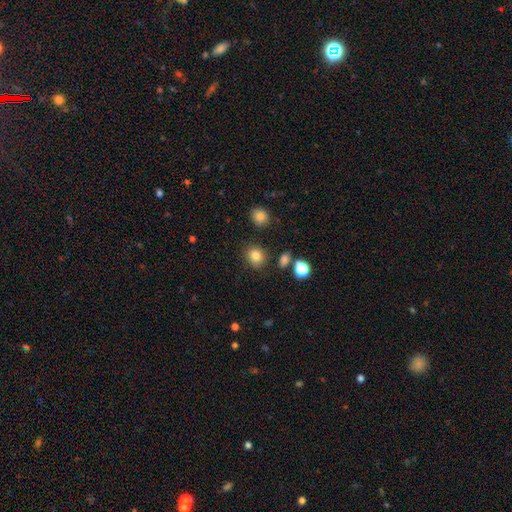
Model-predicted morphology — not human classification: Smooth or featured: smooth — 81% (star or artifact — 13%)
How rounded: round — 73% (in between — 26%)
Merging: none — 83% (minor disturbance — 10%)